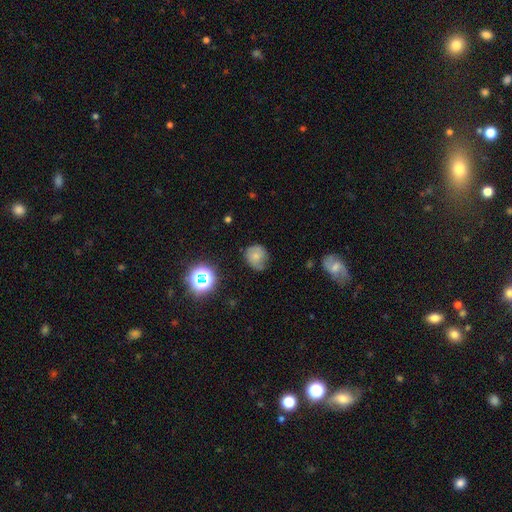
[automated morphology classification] Smooth or featured: smooth — 57% (featured or disk — 29%)
How rounded: round — 75% (in between — 24%)
Merging: none — 55% (minor disturbance — 33%)